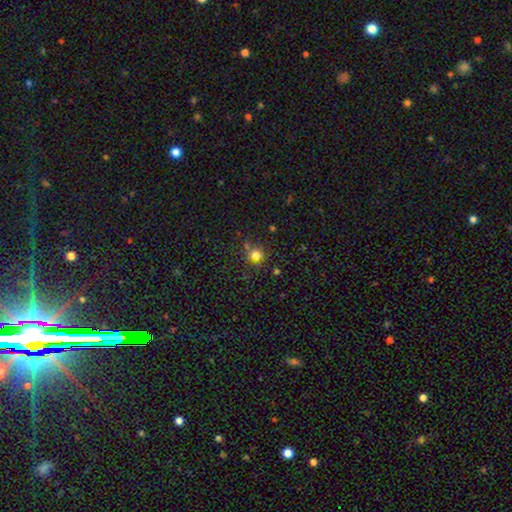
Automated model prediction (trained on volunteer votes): Smooth or featured? smooth (69%)
How rounded? round (80%)
Merging? none (71%)